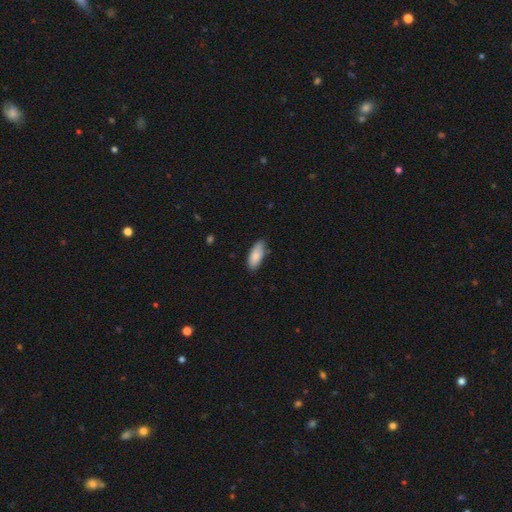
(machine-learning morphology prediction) smooth_or_featured: smooth (p=0.85) [alt: featured or disk p=0.09]
how_rounded: in between (p=0.82) [alt: cigar-shaped p=0.16]
merging: none (p=0.80) [alt: minor disturbance p=0.16]